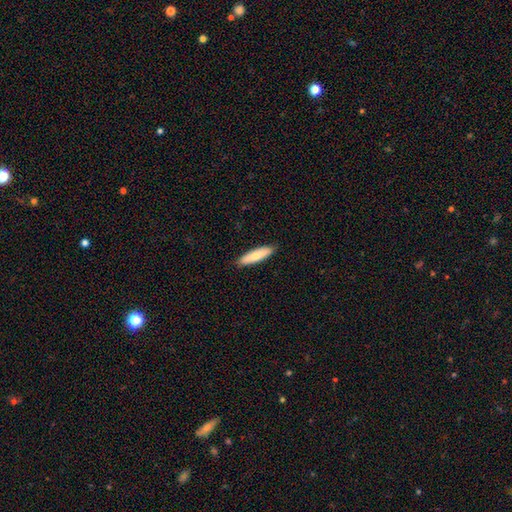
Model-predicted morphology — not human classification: Q: Smooth or featured?
A: smooth (71%); runner-up: featured or disk (24%)
Q: How rounded?
A: cigar-shaped (75%); runner-up: in between (23%)
Q: Merging?
A: none (89%); runner-up: minor disturbance (8%)